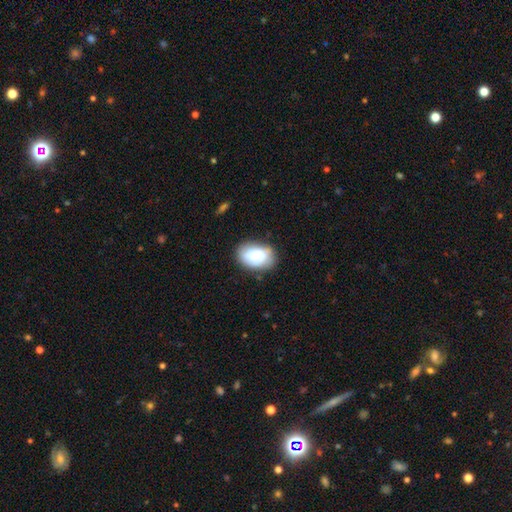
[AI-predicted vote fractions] Smooth or featured: smooth — 75% (featured or disk — 18%)
How rounded: in between — 86% (round — 13%)
Merging: none — 69% (minor disturbance — 23%)